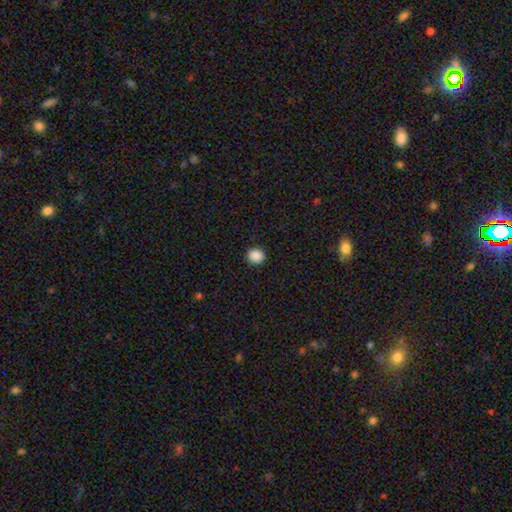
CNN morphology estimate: A smooth galaxy with no disk features (88%) that is round (85%).

Vote fractions:
- Smooth or featured? smooth: 88% / star or artifact: 9% / featured or disk: 2%
- How rounded? round: 85% / in between: 14% / cigar-shaped: 1%
- Merging? none: 92% / minor disturbance: 5% / major disturbance: 2% / merger: 1%